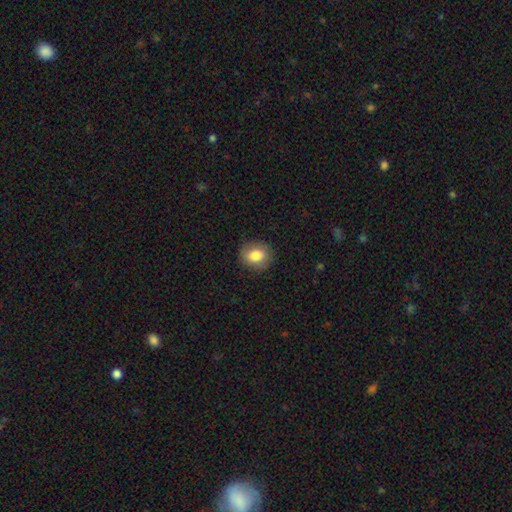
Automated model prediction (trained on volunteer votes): Q: Smooth or featured?
A: smooth (81%); runner-up: featured or disk (10%)
Q: How rounded?
A: round (65%); runner-up: in between (34%)
Q: Merging?
A: none (85%); runner-up: minor disturbance (11%)